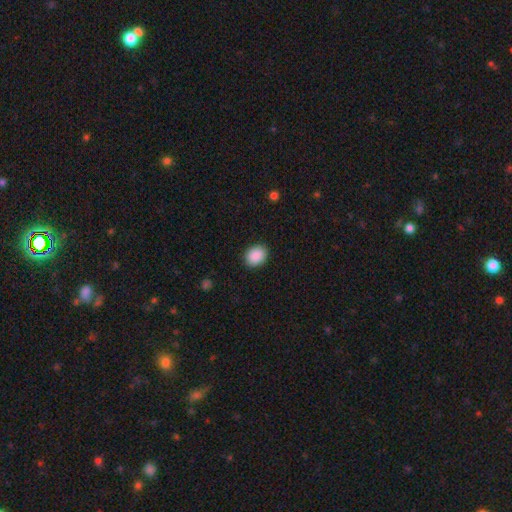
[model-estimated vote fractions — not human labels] Morphology: type=smooth (90%); roundness=round (51%); merging=none (90%).